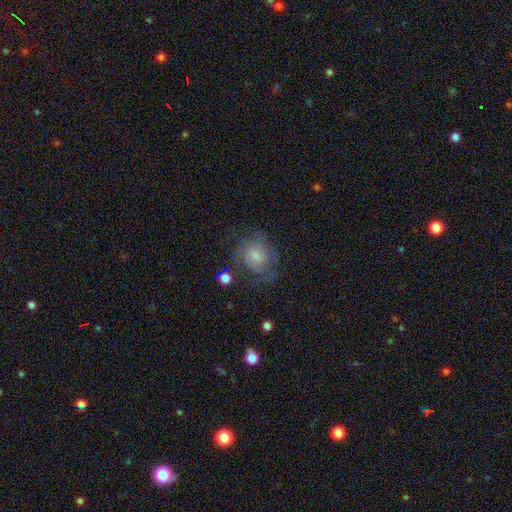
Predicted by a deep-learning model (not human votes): A featured or disk galaxy (54%) with no bar (68%), spiral arms (83%) and a small central bulge (52%). Merging: none (65%).